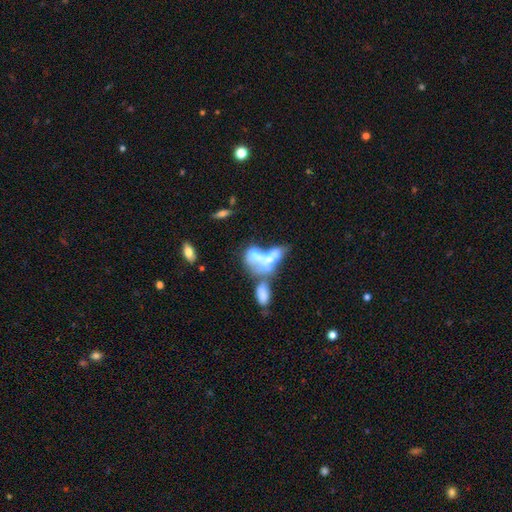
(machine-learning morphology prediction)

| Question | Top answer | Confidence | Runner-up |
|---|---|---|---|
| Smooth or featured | featured or disk | 45% | smooth (43%) |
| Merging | merger | 70% | major disturbance (13%) |